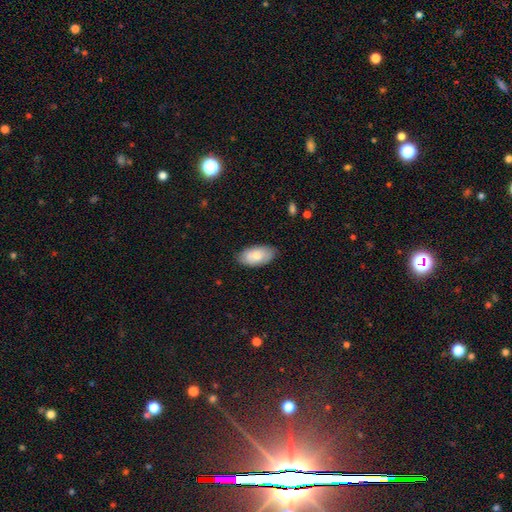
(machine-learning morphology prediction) A smooth galaxy with no disk features (75%) that is in between round and cigar-shaped (94%).

Vote fractions:
- Smooth or featured? smooth: 75% / featured or disk: 19% / star or artifact: 6%
- How rounded? in between: 94% / round: 3% / cigar-shaped: 3%
- Merging? none: 81% / minor disturbance: 15% / major disturbance: 3% / merger: 1%